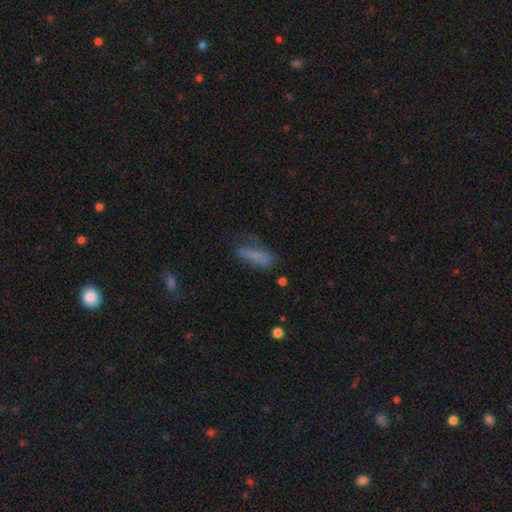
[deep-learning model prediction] smooth 74%, featured or disk 15%, star or artifact 11%. Down the decision tree: how rounded — cigar-shaped (50%); merging — none (51%).